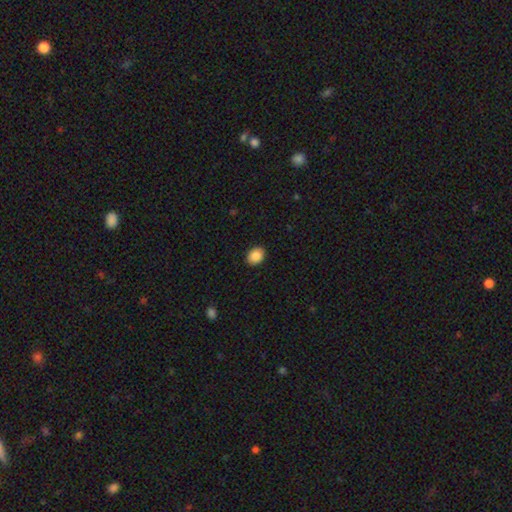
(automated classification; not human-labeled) Smooth or featured? Predicted: smooth (p=0.88). How rounded? Predicted: in between (p=0.60). Merging? Predicted: none (p=0.90).